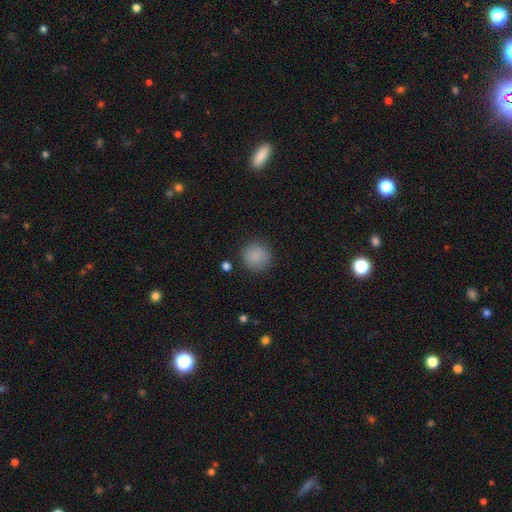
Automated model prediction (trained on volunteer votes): This appears to be a smooth galaxy with no disk features (87%) that is round (93%). Merging: none (87%).